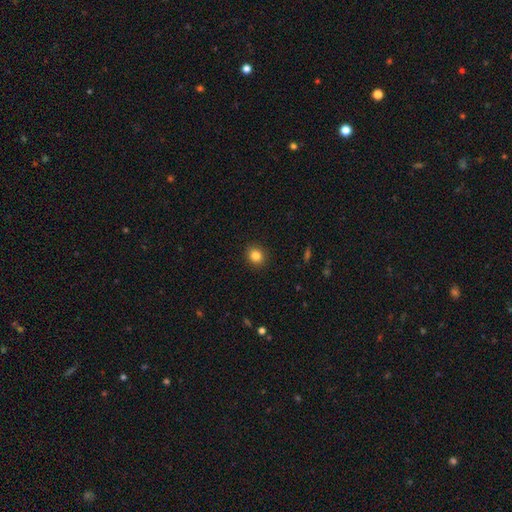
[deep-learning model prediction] Overall: smooth (84%). How rounded: round (78%). Merging: none (91%).